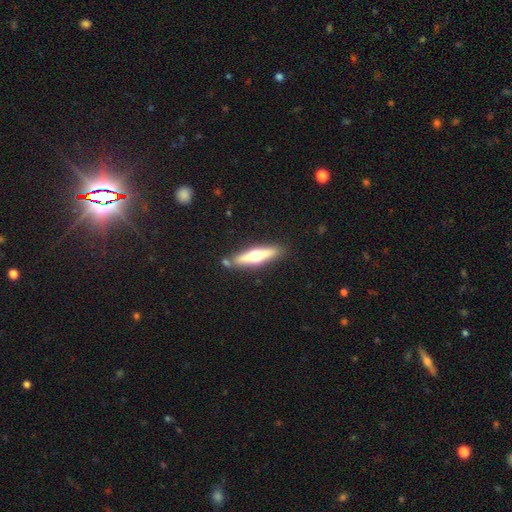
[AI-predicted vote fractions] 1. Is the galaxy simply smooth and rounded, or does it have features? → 60% featured or disk, 35% smooth, 5% star or artifact.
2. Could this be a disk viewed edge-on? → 94% yes, 6% no.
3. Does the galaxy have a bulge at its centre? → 94% rounded, 3% boxy, 3% none.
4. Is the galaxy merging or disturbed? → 82% none, 10% minor disturbance, 6% merger, 2% major disturbance.